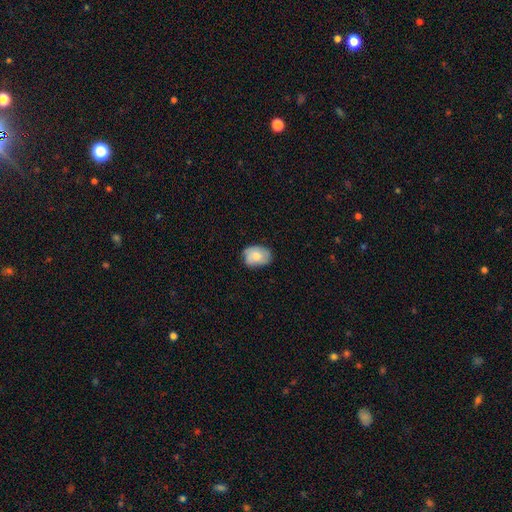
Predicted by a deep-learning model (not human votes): Smooth or featured?
  - smooth: 70% *
  - featured or disk: 23%
  - star or artifact: 7%
How rounded?
  - in between: 69% *
  - round: 29%
  - cigar-shaped: 1%
Merging?
  - none: 67% *
  - minor disturbance: 27%
  - major disturbance: 5%
  - merger: 1%